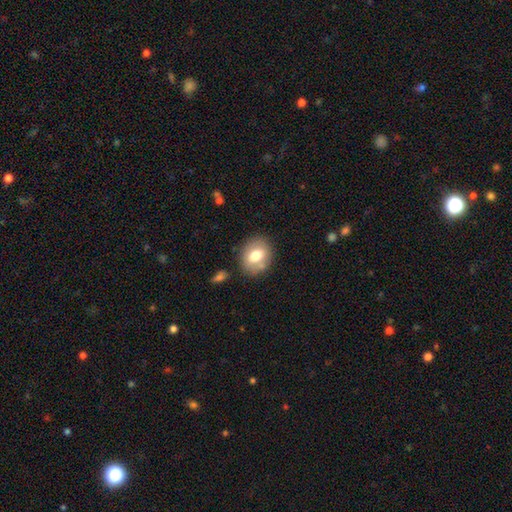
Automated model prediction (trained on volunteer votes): This is likely a smooth galaxy (72%). How rounded: possibly round (51%). Merging: likely none (77%).